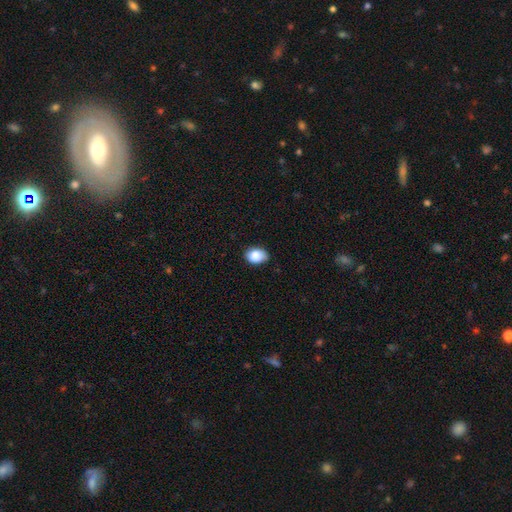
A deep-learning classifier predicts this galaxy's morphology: Q: Smooth or featured?
A: smooth (88%); runner-up: star or artifact (8%)
Q: How rounded?
A: in between (77%); runner-up: round (22%)
Q: Merging?
A: none (77%); runner-up: minor disturbance (19%)